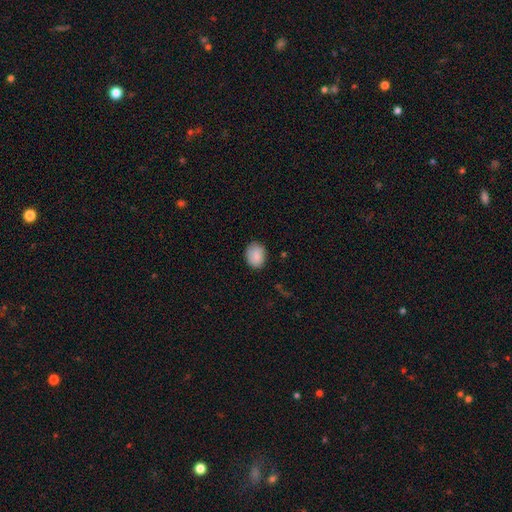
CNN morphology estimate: Overall: smooth (88%). How rounded: in between (57%; round 42%). Merging: none (80%).